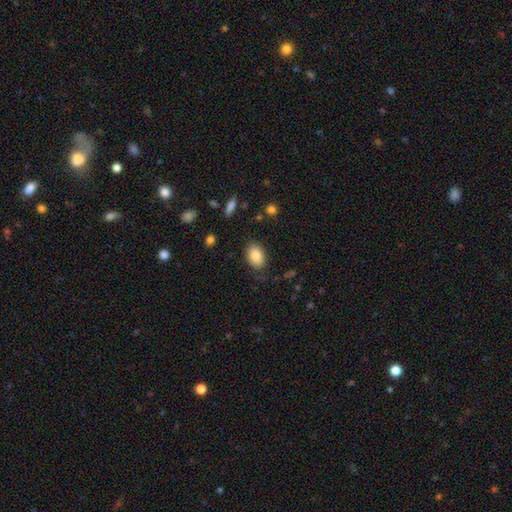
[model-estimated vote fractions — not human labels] This appears to be a smooth galaxy with no disk features (85%) that is in between round and cigar-shaped (85%). Merging: none (80%).